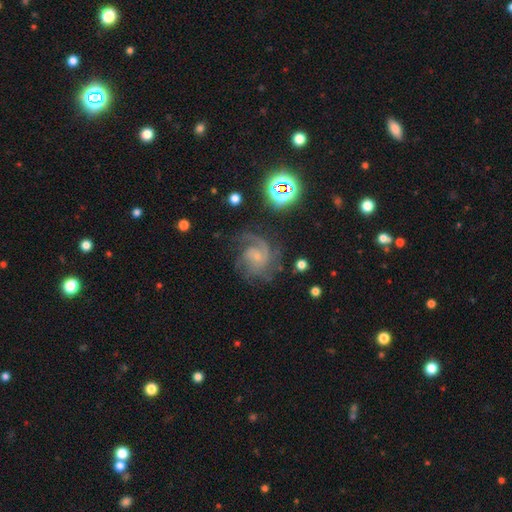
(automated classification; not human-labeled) Morphology: type=featured or disk (80%); edge-on=no (98%); bar=no (64%); spiral arms=yes (96%); winding=medium (45%); arm count=2 (29%); bulge=small (70%); merging=none (63%).